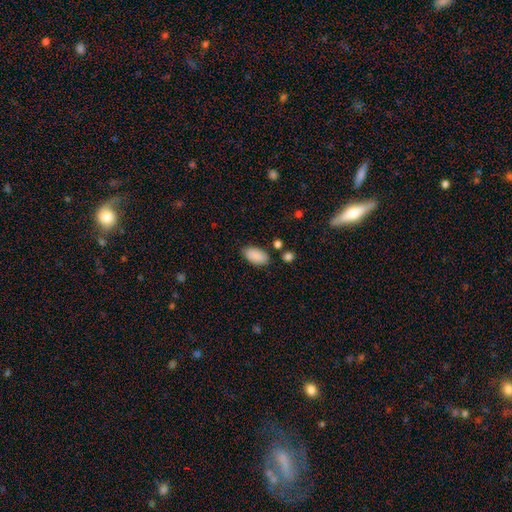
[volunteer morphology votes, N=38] A smooth galaxy with no disk features (97%) that is in between round and cigar-shaped (95%).

Vote fractions:
- Smooth or featured? smooth: 97% / star or artifact: 3% / featured or disk: 0%
- How rounded? in between: 95% / cigar-shaped: 5% / round: 0%
- Merging? none: 84% / minor disturbance: 14% / major disturbance: 3% / merger: 0%